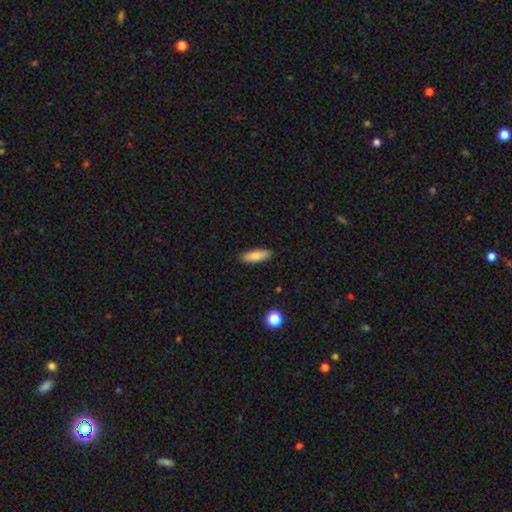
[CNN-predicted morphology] A smooth galaxy with no disk features (83%) that is in between round and cigar-shaped (57%). Merging: none (89%).